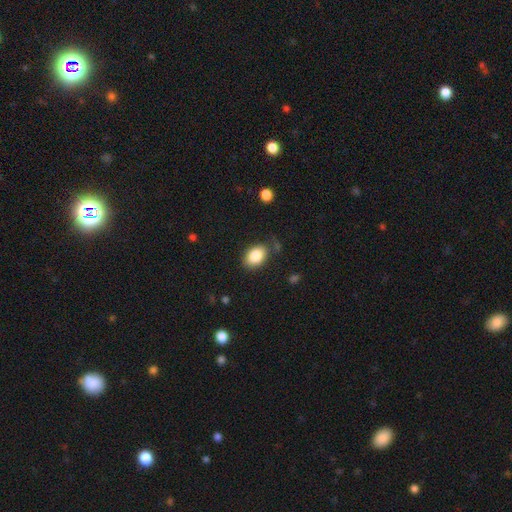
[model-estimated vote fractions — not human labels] A smooth galaxy with no disk features (86%) that is in between round and cigar-shaped (82%). Merging: none (76%).